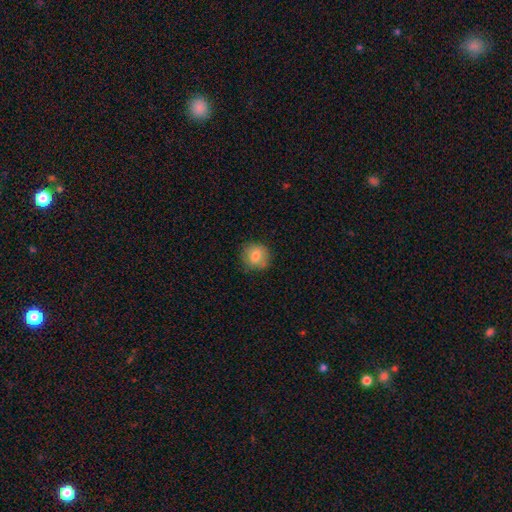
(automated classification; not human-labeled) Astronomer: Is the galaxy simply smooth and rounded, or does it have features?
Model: smooth — 80%.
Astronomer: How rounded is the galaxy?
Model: round — 89%.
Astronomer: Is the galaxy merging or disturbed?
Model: none — 84%.